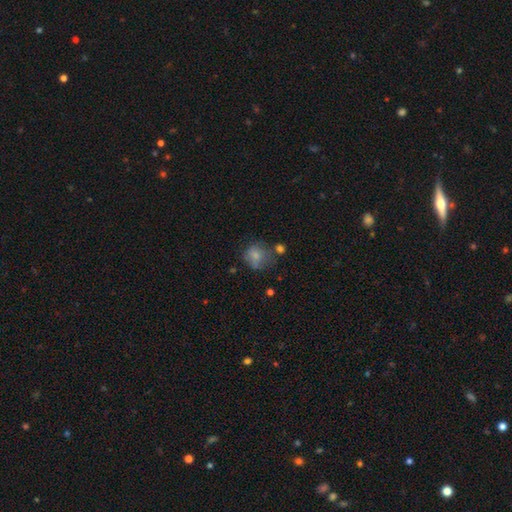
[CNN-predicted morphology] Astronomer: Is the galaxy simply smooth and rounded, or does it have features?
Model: smooth — 73%.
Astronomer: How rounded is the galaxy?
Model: round — 73%.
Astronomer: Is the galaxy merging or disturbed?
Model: none — 50% (runner-up: minor disturbance, 25%).